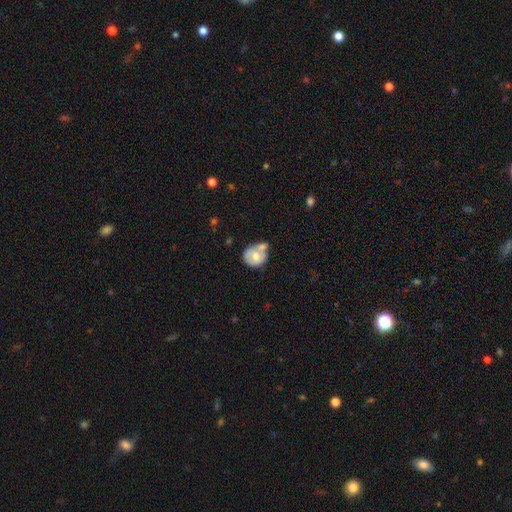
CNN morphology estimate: Smooth or featured? Predicted: smooth (p=0.63). How rounded? Predicted: round (p=0.71). Merging? Predicted: merger (p=0.43).